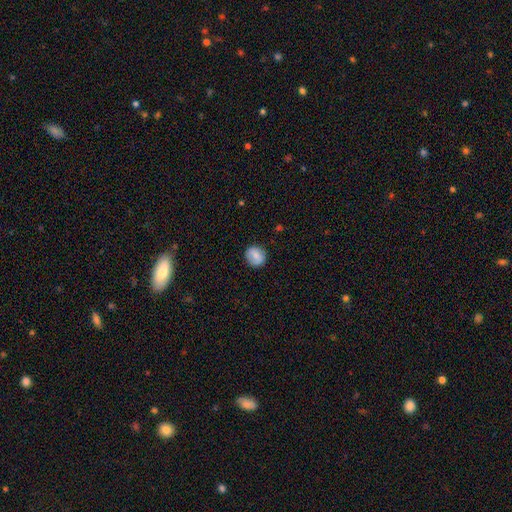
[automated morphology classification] smooth-or-featured: smooth: 73% | featured or disk: 19% | star or artifact: 8%
  how-rounded: round: 85% | in between: 14% | cigar-shaped: 1%
  merging: none: 86% | minor disturbance: 10% | major disturbance: 3% | merger: 1%